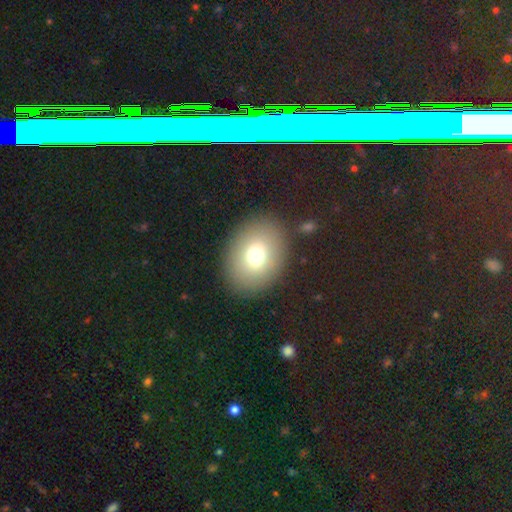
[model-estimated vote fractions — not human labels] The model was most divided on "how rounded": in between: 62%, round: 37%, cigar-shaped: 1%. More confident: merging — none (86%); smooth or featured — smooth (73%).